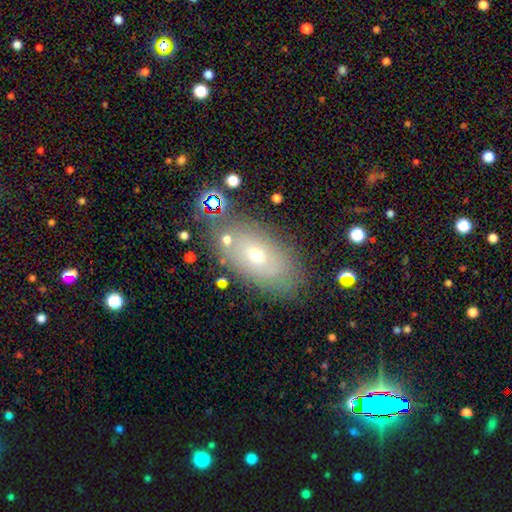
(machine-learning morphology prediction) This is possibly a smooth galaxy (47%). Merging: likely none (72%).